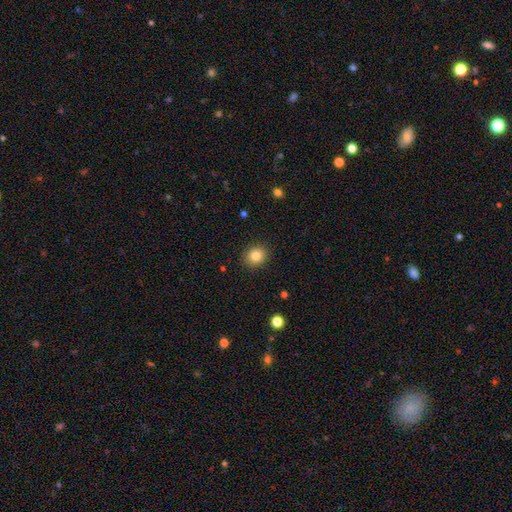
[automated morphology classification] Q: Smooth or featured?
A: smooth (83%); runner-up: star or artifact (11%)
Q: How rounded?
A: round (77%); runner-up: in between (22%)
Q: Merging?
A: none (90%); runner-up: minor disturbance (6%)